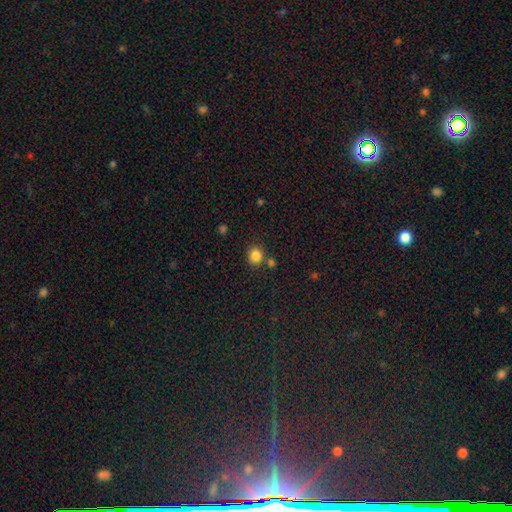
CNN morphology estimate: The model was most divided on "how rounded": round: 78%, in between: 21%, cigar-shaped: 1%. More confident: smooth or featured — smooth (84%); merging — none (77%).